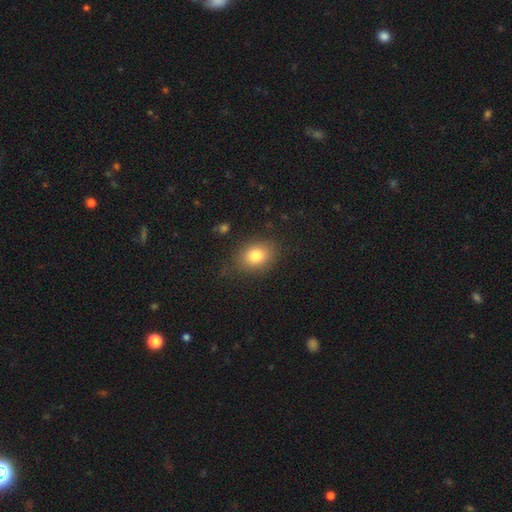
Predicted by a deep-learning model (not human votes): Smooth or featured? smooth (81%)
How rounded? in between (64%)
Merging? none (79%)